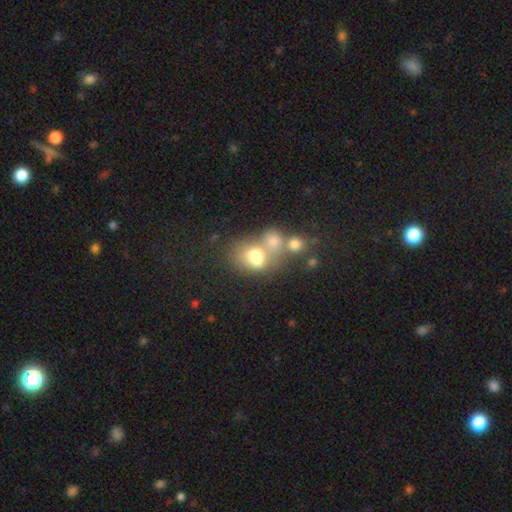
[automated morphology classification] The model was most divided on "how rounded": in between: 57%, round: 42%, cigar-shaped: 1%. More confident: smooth or featured — smooth (68%); merging — merger (56%).